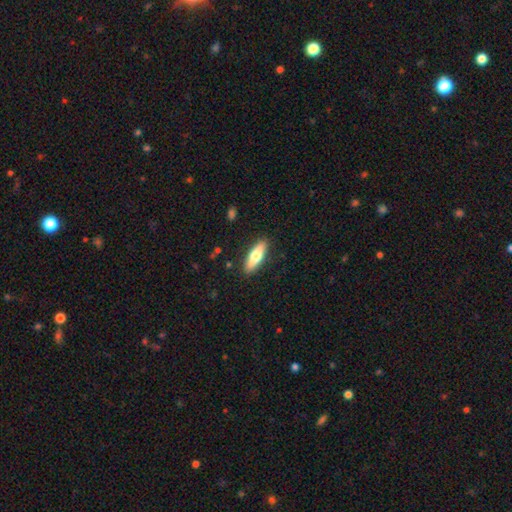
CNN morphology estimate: smooth-or-featured: smooth: 66% | featured or disk: 29% | star or artifact: 6%
  how-rounded: cigar-shaped: 53% | in between: 45% | round: 2%
  merging: none: 88% | minor disturbance: 9% | major disturbance: 2% | merger: 1%